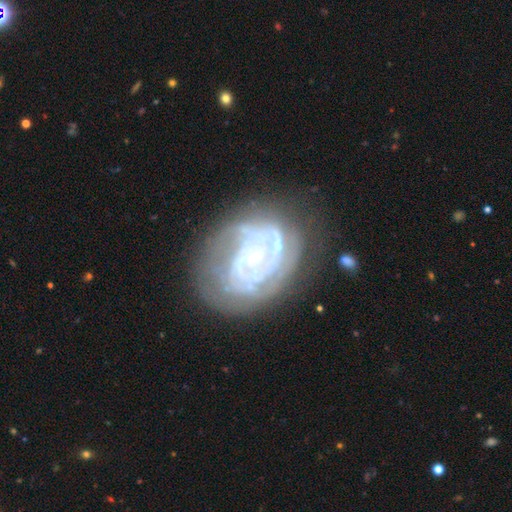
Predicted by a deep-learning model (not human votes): Overall: featured or disk (84%). Edge-on disk: no (97%). Bar: no (64%; weak 25%). Spiral arms: yes (89%). Spiral arm count: can't tell (34%; 2 28%). Spiral winding: tight (69%). Bulge size: small (77%). Merging: none (65%).